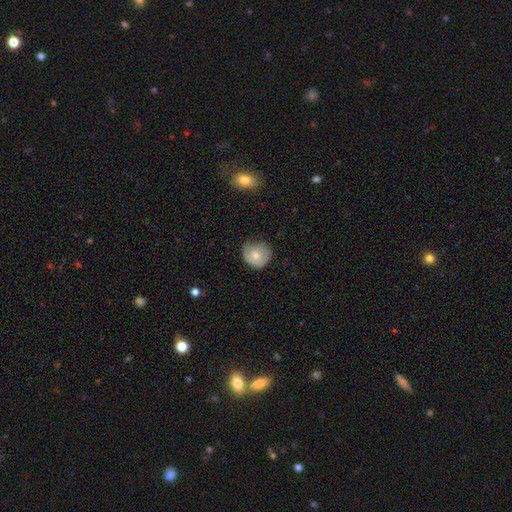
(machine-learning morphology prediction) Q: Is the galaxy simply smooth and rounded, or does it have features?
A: smooth — 72%.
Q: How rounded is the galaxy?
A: round — 83%.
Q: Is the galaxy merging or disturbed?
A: none — 62%.